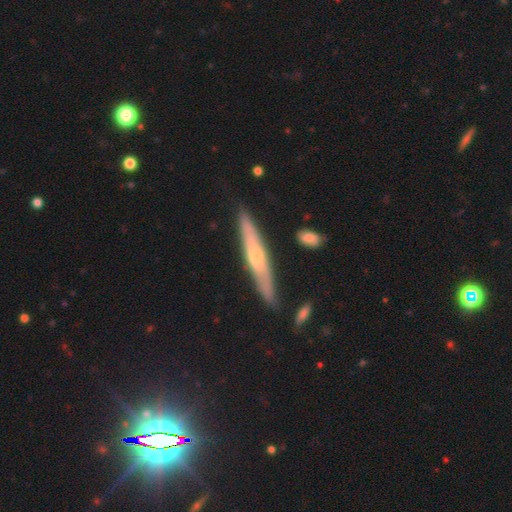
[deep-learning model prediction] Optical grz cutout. It shows a featured or disk galaxy (59%) viewed edge-on (90%) with a rounded central bulge (68%). Merging: none (84%).